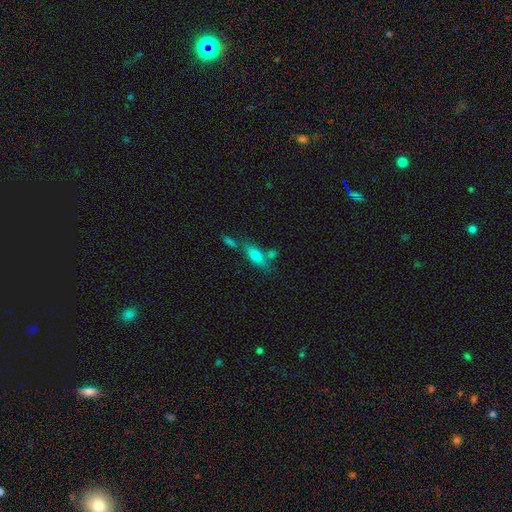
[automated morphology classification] Smooth or featured: smooth — 70% (featured or disk — 21%)
How rounded: in between — 69% (cigar-shaped — 27%)
Merging: none — 50% (merger — 28%)